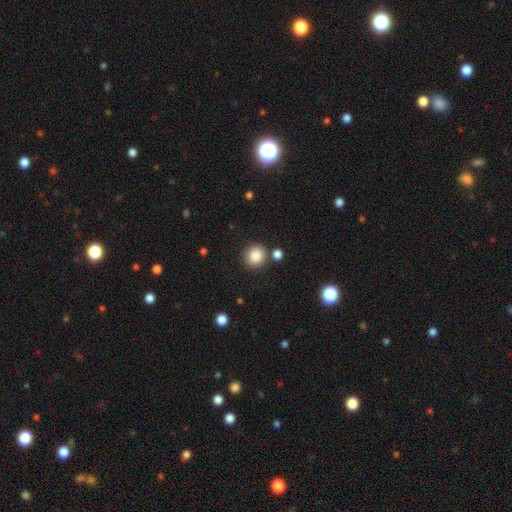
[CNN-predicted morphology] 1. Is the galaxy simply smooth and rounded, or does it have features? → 87% smooth, 9% star or artifact, 4% featured or disk.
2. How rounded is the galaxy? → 90% round, 9% in between, 1% cigar-shaped.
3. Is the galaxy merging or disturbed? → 82% none, 8% minor disturbance, 7% merger, 3% major disturbance.